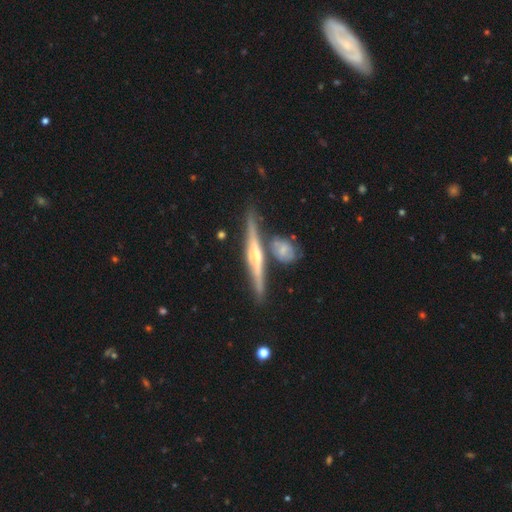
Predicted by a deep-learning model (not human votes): A featured or disk galaxy (77%) viewed edge-on (97%) with a rounded central bulge (66%).

Vote fractions:
- Smooth or featured? featured or disk: 77% / smooth: 18% / star or artifact: 6%
- Edge-on disk? yes: 97% / no: 3%
- Edge-on bulge? rounded: 66% / boxy: 17% / none: 16%
- Merging? none: 73% / merger: 14% / minor disturbance: 10% / major disturbance: 3%